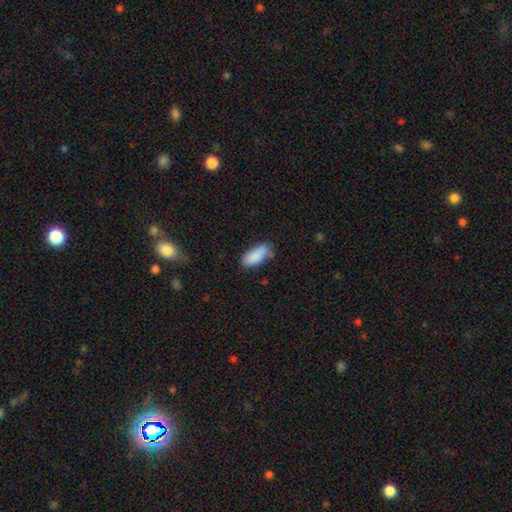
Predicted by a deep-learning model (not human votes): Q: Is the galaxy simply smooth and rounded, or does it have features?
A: smooth — 88%.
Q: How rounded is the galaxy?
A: in between — 78%.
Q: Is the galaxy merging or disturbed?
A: none — 67%.